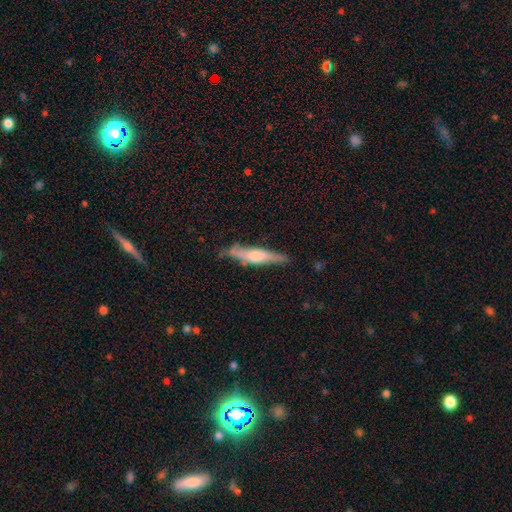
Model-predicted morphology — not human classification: This appears to be a featured or disk galaxy (52%) viewed edge-on (89%). Merging: none (72%).